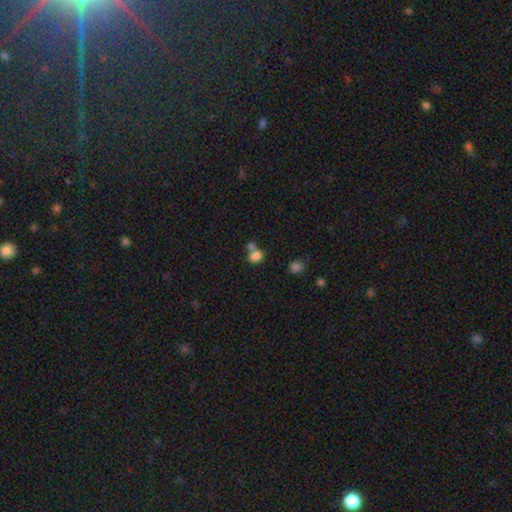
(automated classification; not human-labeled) Morphology: type=smooth (82%); roundness=in between (52%); merging=none (45%).